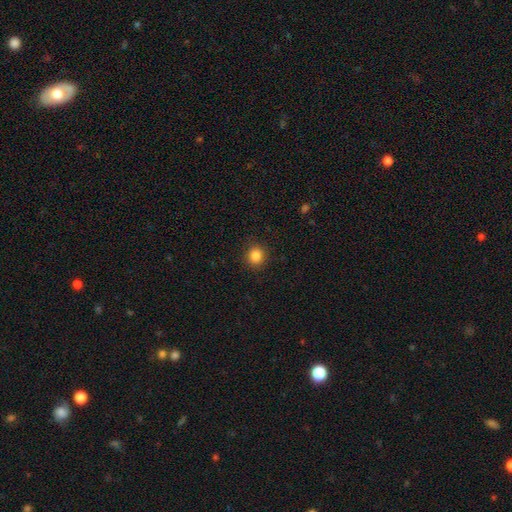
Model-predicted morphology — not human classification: Smooth or featured?
  - smooth: 85% *
  - star or artifact: 11%
  - featured or disk: 4%
How rounded?
  - round: 88% *
  - in between: 11%
  - cigar-shaped: 1%
Merging?
  - none: 90% *
  - minor disturbance: 6%
  - major disturbance: 2%
  - merger: 1%